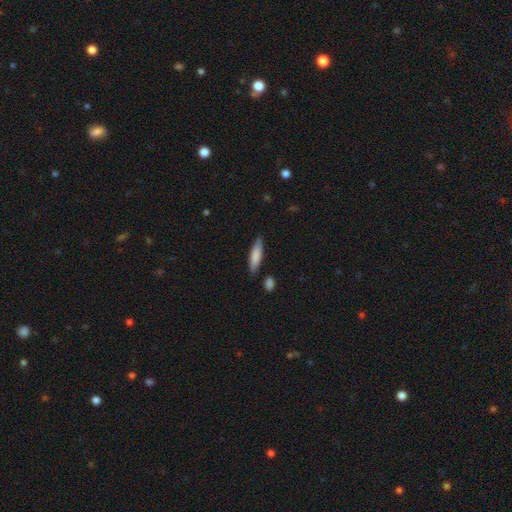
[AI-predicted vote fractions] Q: Smooth or featured?
A: smooth (79%); runner-up: featured or disk (15%)
Q: How rounded?
A: cigar-shaped (71%); runner-up: in between (27%)
Q: Merging?
A: none (83%); runner-up: minor disturbance (12%)